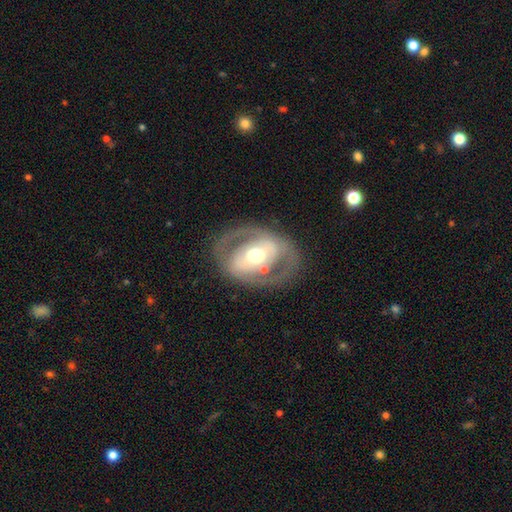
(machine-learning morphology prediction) Smooth or featured? featured or disk (70%)
Edge-on disk? no (94%)
Bar? no (50%)
Spiral arms? no (59%)
Bulge size? moderate (61%)
Merging? none (74%)